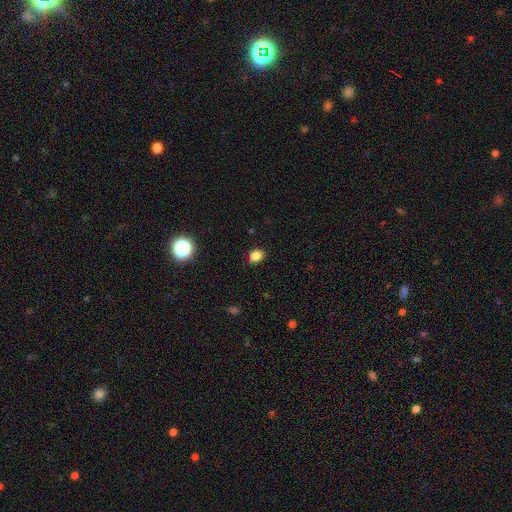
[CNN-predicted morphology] Smooth or featured?
  - smooth: 83% *
  - star or artifact: 13%
  - featured or disk: 4%
How rounded?
  - round: 56% *
  - in between: 43%
  - cigar-shaped: 1%
Merging?
  - none: 88% *
  - minor disturbance: 9%
  - major disturbance: 2%
  - merger: 1%